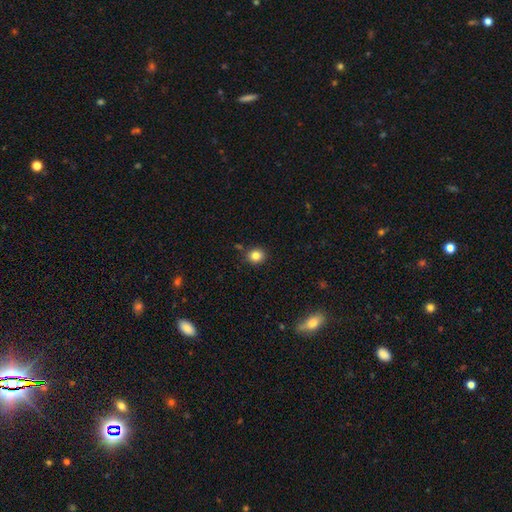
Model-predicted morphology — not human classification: A smooth galaxy with no disk features (84%) that is round (83%). Merging: none (87%).